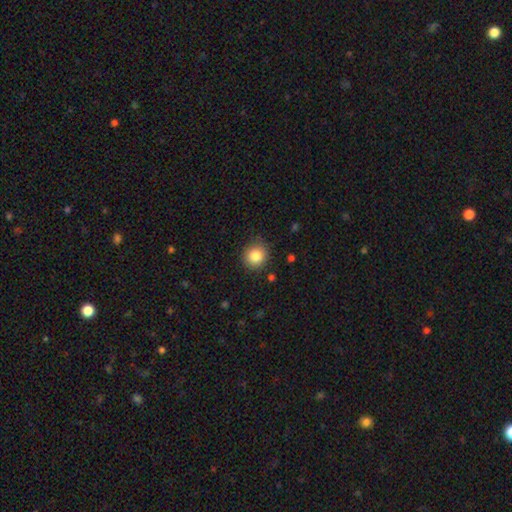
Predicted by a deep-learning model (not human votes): This is clearly a smooth galaxy (84%). How rounded: clearly round (91%). Merging: clearly none (85%).